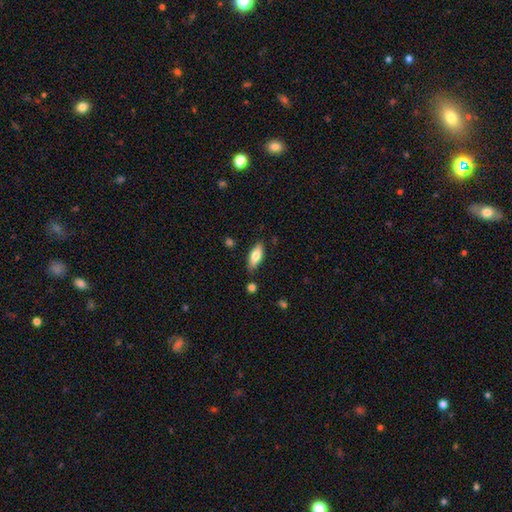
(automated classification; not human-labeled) A smooth galaxy with no disk features (68%) that is in between round and cigar-shaped (66%).

Vote fractions:
- Smooth or featured? smooth: 68% / featured or disk: 26% / star or artifact: 6%
- How rounded? in between: 66% / cigar-shaped: 32% / round: 2%
- Merging? none: 82% / minor disturbance: 12% / merger: 3% / major disturbance: 2%